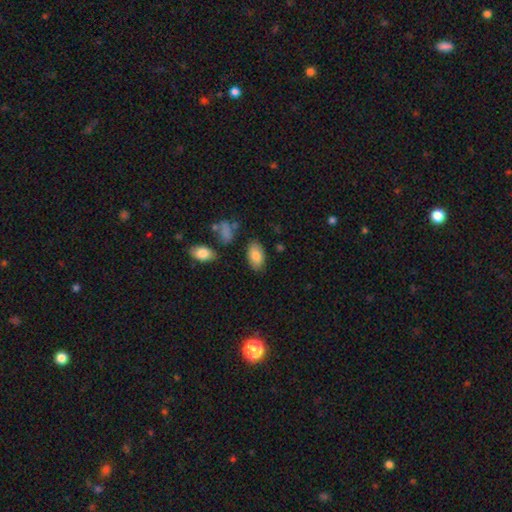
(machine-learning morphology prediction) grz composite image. It shows a smooth galaxy with no disk features (83%) that is in between round and cigar-shaped (94%). Merging: none (80%).